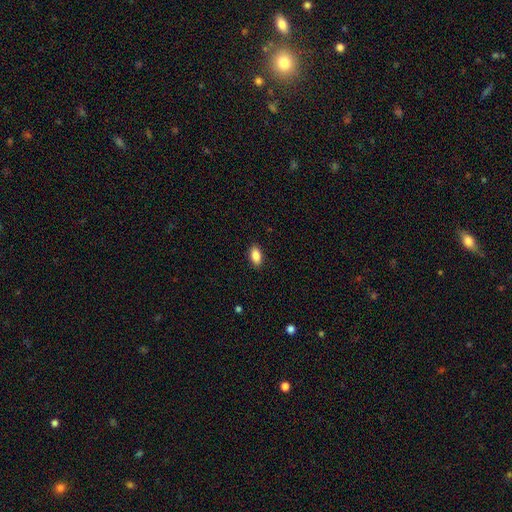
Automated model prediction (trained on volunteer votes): The model was most divided on "smooth or featured": smooth: 87%, star or artifact: 7%, featured or disk: 6%. More confident: how rounded — in between (92%); merging — none (89%).